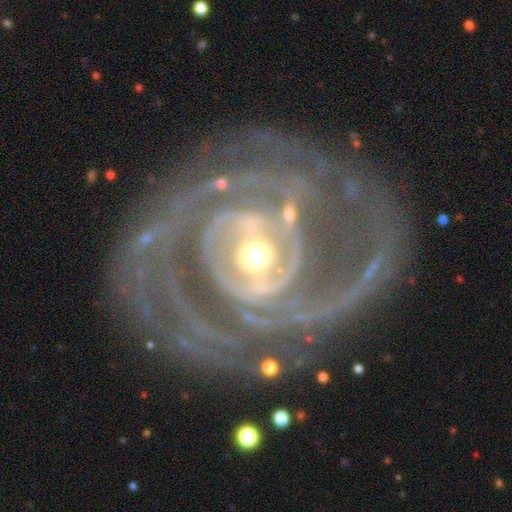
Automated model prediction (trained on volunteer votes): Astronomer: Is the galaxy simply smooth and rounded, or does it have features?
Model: featured or disk — 92%.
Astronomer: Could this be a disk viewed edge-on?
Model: no — 97%.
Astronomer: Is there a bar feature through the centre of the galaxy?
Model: no — 37% (runner-up: weak, 32%).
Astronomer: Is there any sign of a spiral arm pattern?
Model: yes — 96%.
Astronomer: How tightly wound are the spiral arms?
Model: tight — 65%.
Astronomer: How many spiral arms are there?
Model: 2 — 29% (runner-up: can't tell, 20%).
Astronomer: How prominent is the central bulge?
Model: moderate — 61%.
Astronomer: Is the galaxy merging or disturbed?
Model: none — 69%.